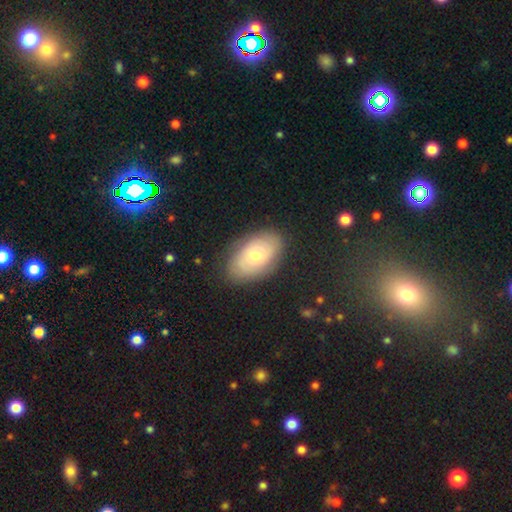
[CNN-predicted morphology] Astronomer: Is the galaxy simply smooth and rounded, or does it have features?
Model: smooth — 58% (runner-up: featured or disk, 35%).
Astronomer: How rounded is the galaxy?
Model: in between — 91%.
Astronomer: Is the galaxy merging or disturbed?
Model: none — 82%.